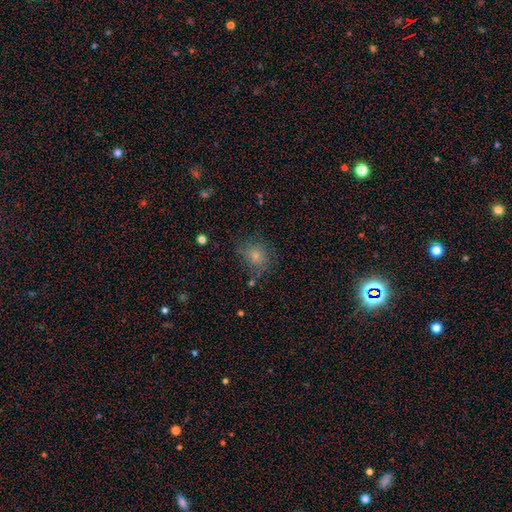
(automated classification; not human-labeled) A smooth galaxy with no disk features (71%) that is round (71%). Merging: none (67%).